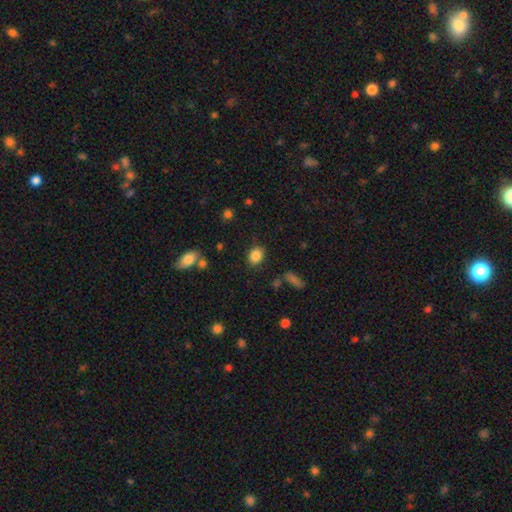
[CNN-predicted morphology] smooth 85%, star or artifact 9%, featured or disk 6%. Down the decision tree: how rounded — in between (59%); merging — none (84%).